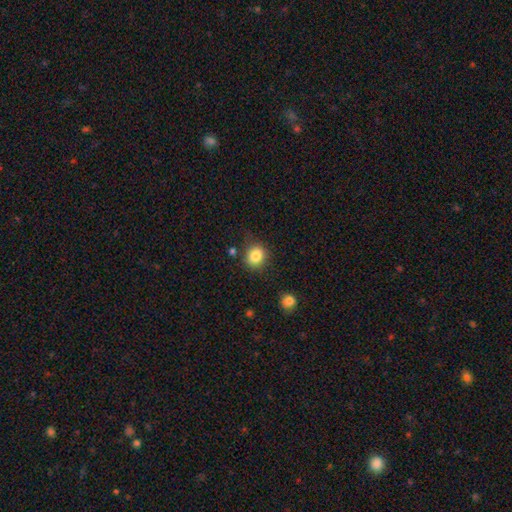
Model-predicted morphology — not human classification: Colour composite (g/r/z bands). It shows a smooth galaxy with no disk features (83%) that is round (75%). Merging: none (77%).